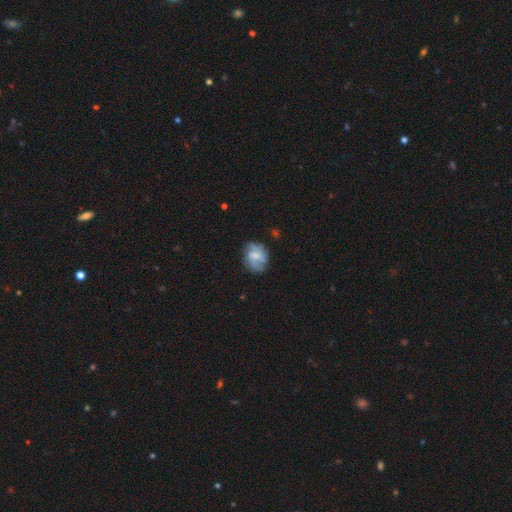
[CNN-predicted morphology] This is possibly a featured or disk galaxy (56%). It is clearly not viewed edge-on (97%). Bar: possibly weak (48%). Spiral arm pattern: clearly yes (80%). Central bulge: possibly small (46%). Merging: likely none (66%).